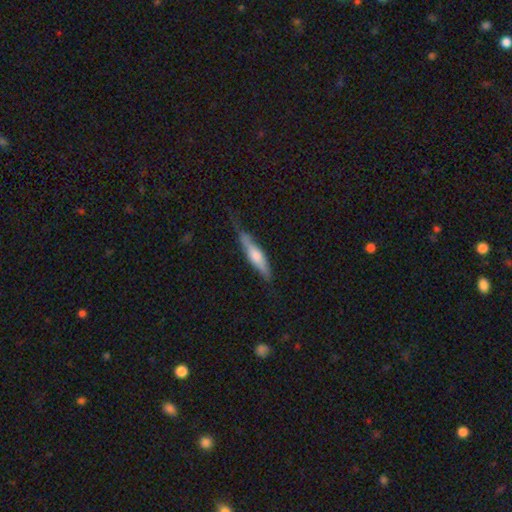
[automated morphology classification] Smooth or featured?
  - smooth: 49% *
  - featured or disk: 45%
  - star or artifact: 5%
Merging?
  - none: 65% *
  - minor disturbance: 26%
  - major disturbance: 7%
  - merger: 2%